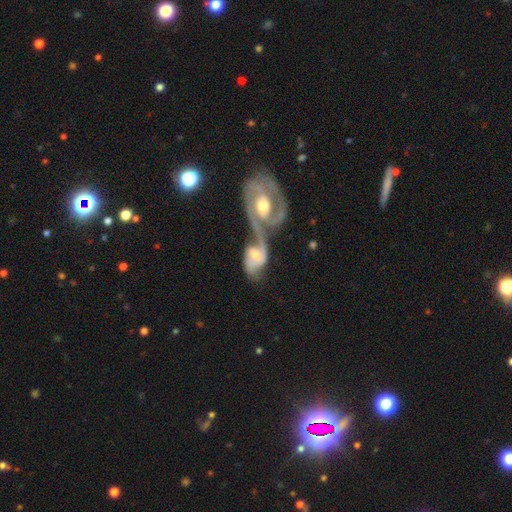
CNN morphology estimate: A featured or disk galaxy (76%) with no bar (53%), 2 (73%) medium (43%) spiral arms (90%) and a moderate central bulge (59%).

Vote fractions:
- Smooth or featured? featured or disk: 76% / smooth: 19% / star or artifact: 5%
- Edge-on disk? no: 96% / yes: 4%
- Bar? no: 53% / weak: 37% / strong: 10%
- Spiral arms? yes: 90% / no: 10%
- Spiral winding? medium: 43% / loose: 34% / tight: 23%
- Spiral arm count? 2: 73% / 1: 11% / can't tell: 10% / 3: 3% / 4: 1% / more than 4: 1%
- Bulge size? moderate: 59% / small: 32% / large: 6% / none: 3% / dominant: 1%
- Merging? merger: 78% / major disturbance: 8% / none: 8% / minor disturbance: 6%